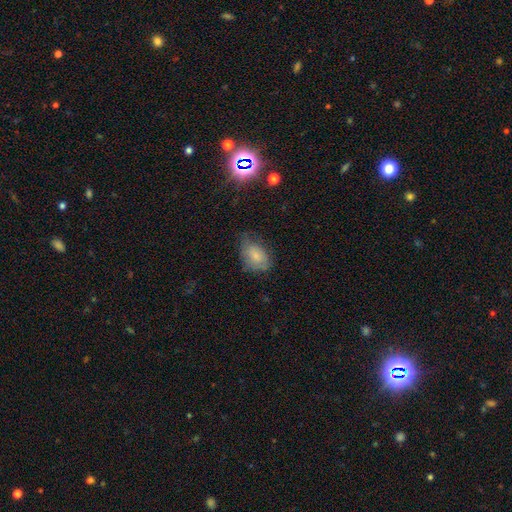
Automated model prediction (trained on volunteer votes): Smooth or featured? Predicted: smooth (p=0.76). How rounded? Predicted: in between (p=0.85). Merging? Predicted: none (p=0.49).